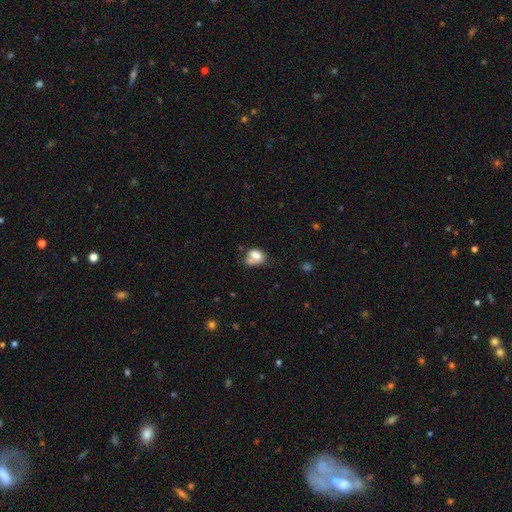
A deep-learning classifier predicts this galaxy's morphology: A smooth galaxy with no disk features (73%) that is in between round and cigar-shaped (68%). Merging: merger (34%).